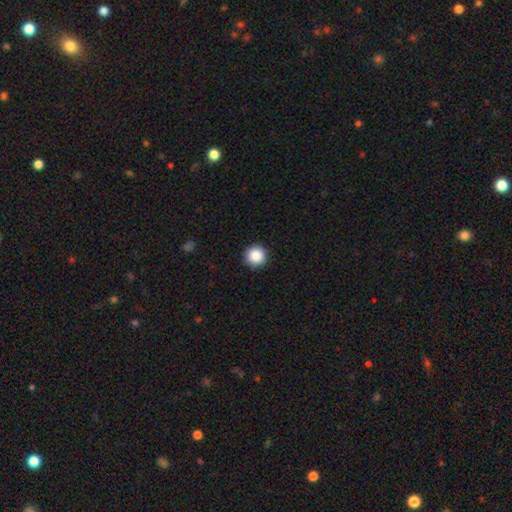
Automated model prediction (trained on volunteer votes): Smooth or featured? smooth (87%)
How rounded? round (96%)
Merging? none (92%)